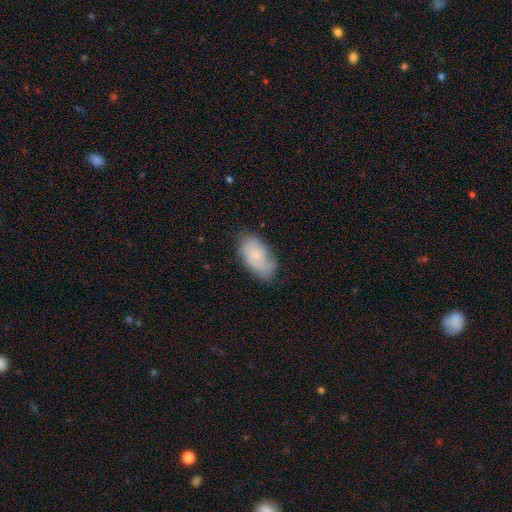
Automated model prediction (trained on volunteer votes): Smooth or featured?
  - smooth: 56% *
  - featured or disk: 36%
  - star or artifact: 8%
How rounded?
  - in between: 93% *
  - round: 5%
  - cigar-shaped: 2%
Merging?
  - none: 65% *
  - minor disturbance: 25%
  - major disturbance: 8%
  - merger: 2%